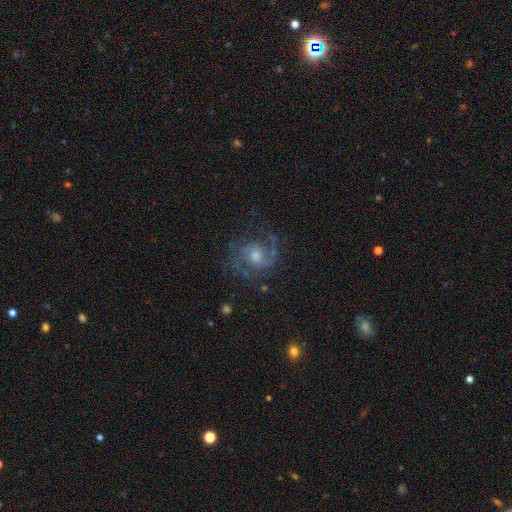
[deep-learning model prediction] A featured or disk galaxy (81%) with no bar (62%), 2 (67%) medium (52%) spiral arms (95%) and a moderate central bulge (58%).

Vote fractions:
- Smooth or featured? featured or disk: 81% / smooth: 11% / star or artifact: 9%
- Edge-on disk? no: 98% / yes: 2%
- Bar? no: 62% / weak: 33% / strong: 5%
- Spiral arms? yes: 95% / no: 5%
- Spiral winding? medium: 52% / tight: 25% / loose: 23%
- Spiral arm count? 2: 67% / 1: 11% / can't tell: 11% / 3: 7% / 4: 2% / more than 4: 2%
- Bulge size? moderate: 58% / small: 28% / large: 9% / none: 3% / dominant: 1%
- Merging? none: 68% / minor disturbance: 17% / major disturbance: 14% / merger: 2%